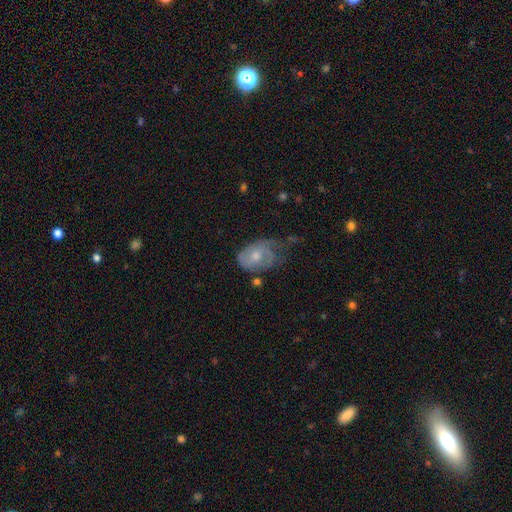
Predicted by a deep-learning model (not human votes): Smooth or featured? featured or disk (55%)
Edge-on disk? no (96%)
Bar? no (76%)
Spiral arms? yes (71%)
Bulge size? moderate (57%)
Merging? minor disturbance (34%)